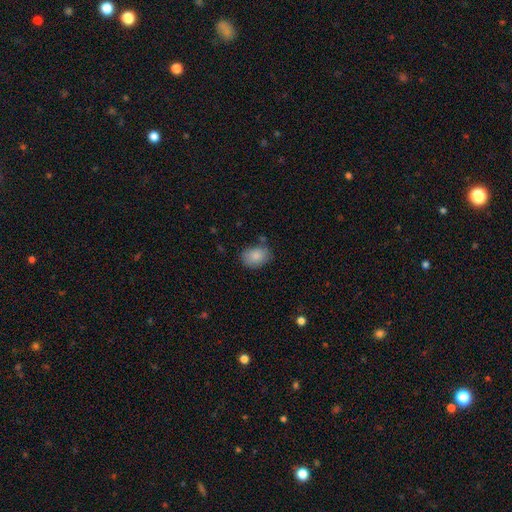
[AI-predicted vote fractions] This is clearly a smooth galaxy (87%). How rounded: likely in between (69%). Merging: likely none (73%).